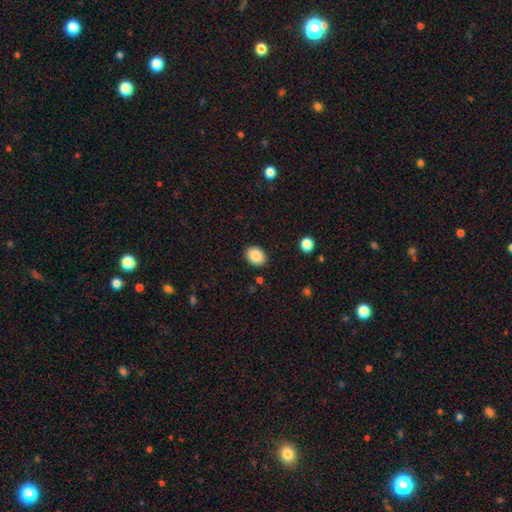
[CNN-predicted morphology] This appears to be a smooth galaxy with no disk features (87%) that is in between round and cigar-shaped (62%). Merging: none (89%).